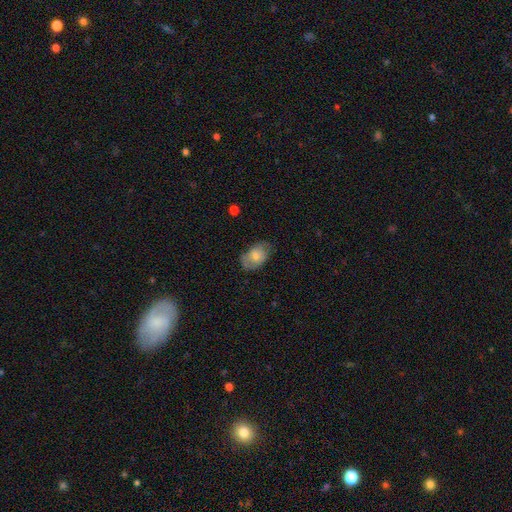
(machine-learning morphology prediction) type=smooth (62%); roundness=in between (86%); merging=none (65%).